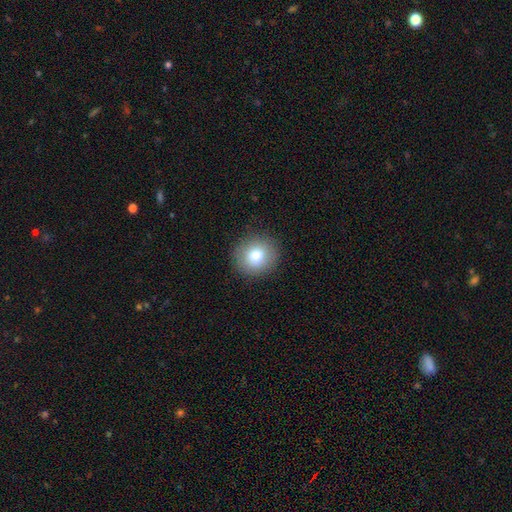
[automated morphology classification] Smooth or featured?
  - smooth: 82% *
  - star or artifact: 9%
  - featured or disk: 9%
How rounded?
  - round: 87% *
  - in between: 12%
  - cigar-shaped: 1%
Merging?
  - none: 90% *
  - minor disturbance: 7%
  - major disturbance: 2%
  - merger: 1%